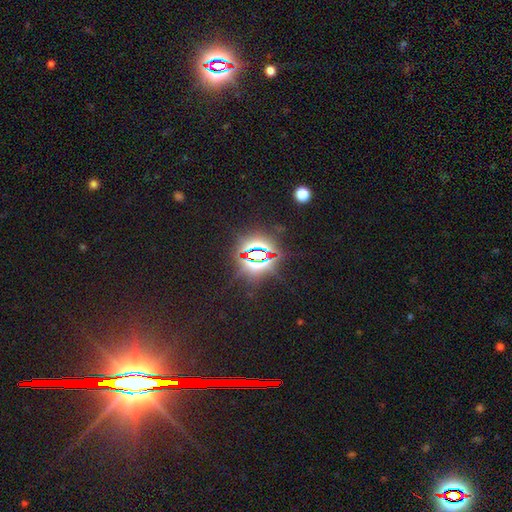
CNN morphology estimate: Smooth or featured?
  - star or artifact: 83% *
  - smooth: 10%
  - featured or disk: 7%